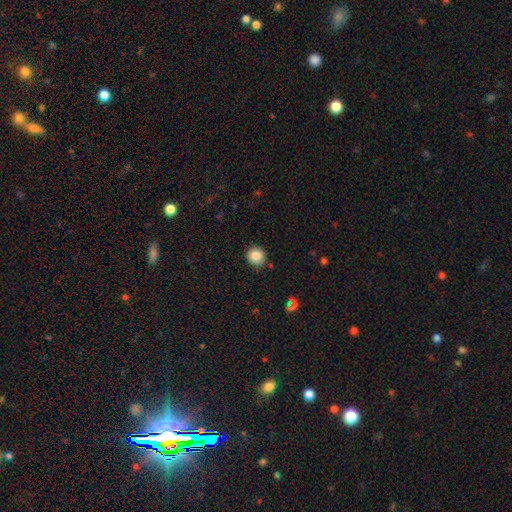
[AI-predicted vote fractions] Q: Smooth or featured?
A: smooth (84%); runner-up: star or artifact (10%)
Q: How rounded?
A: round (90%); runner-up: in between (9%)
Q: Merging?
A: none (87%); runner-up: minor disturbance (9%)